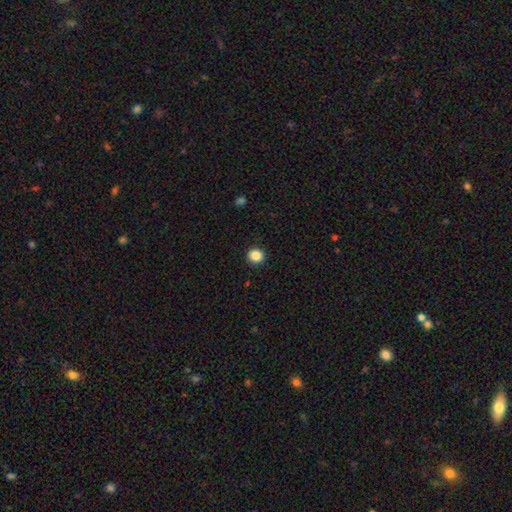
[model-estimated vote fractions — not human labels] Smooth or featured?
  - smooth: 86% *
  - star or artifact: 10%
  - featured or disk: 4%
How rounded?
  - round: 92% *
  - in between: 7%
  - cigar-shaped: 1%
Merging?
  - none: 93% *
  - minor disturbance: 5%
  - major disturbance: 2%
  - merger: 1%